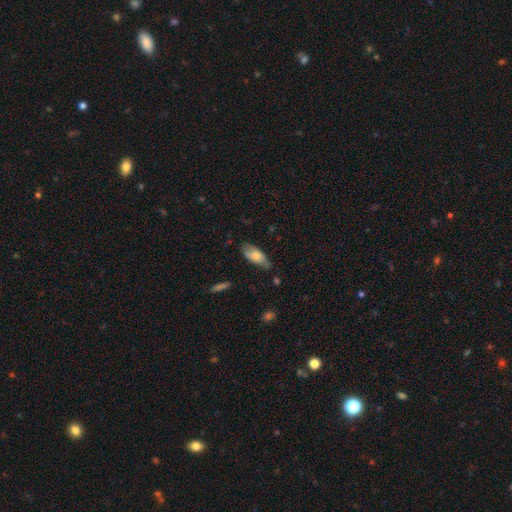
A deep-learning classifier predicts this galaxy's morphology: Smooth or featured? Predicted: smooth (p=0.67). How rounded? Predicted: in between (p=0.81). Merging? Predicted: none (p=0.66).